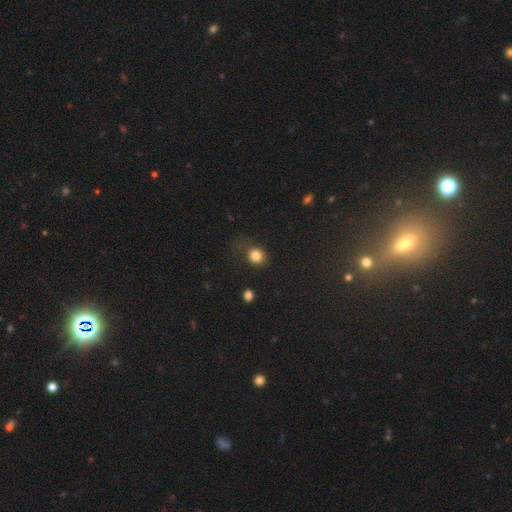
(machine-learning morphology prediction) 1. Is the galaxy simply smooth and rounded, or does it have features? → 82% smooth, 12% star or artifact, 6% featured or disk.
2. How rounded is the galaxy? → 79% round, 20% in between, 1% cigar-shaped.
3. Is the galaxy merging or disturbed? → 64% none, 21% minor disturbance, 12% major disturbance, 3% merger.